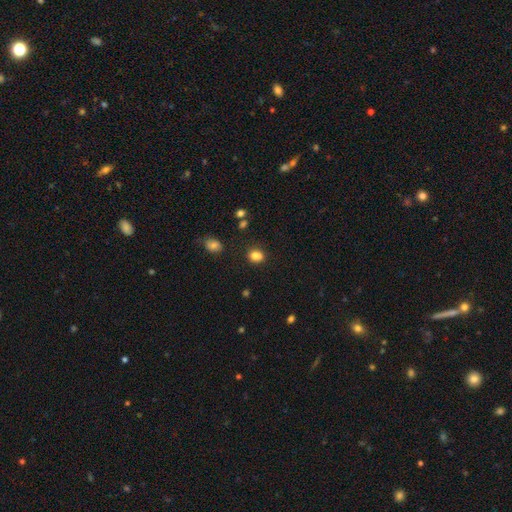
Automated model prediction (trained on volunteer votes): Overall: smooth (82%). How rounded: in between (53%; round 46%). Merging: none (73%).